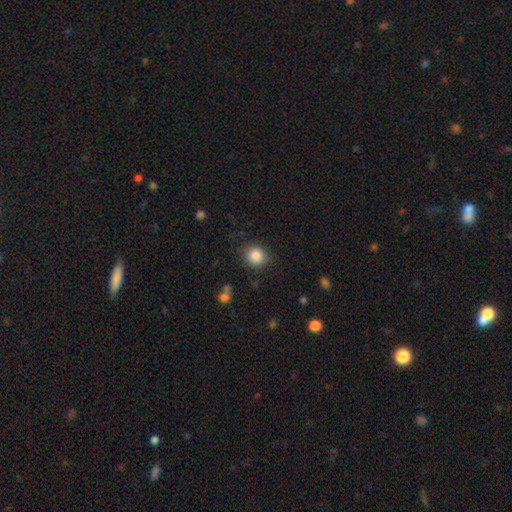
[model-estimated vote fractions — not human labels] Smooth or featured? smooth (86%)
How rounded? round (86%)
Merging? none (86%)